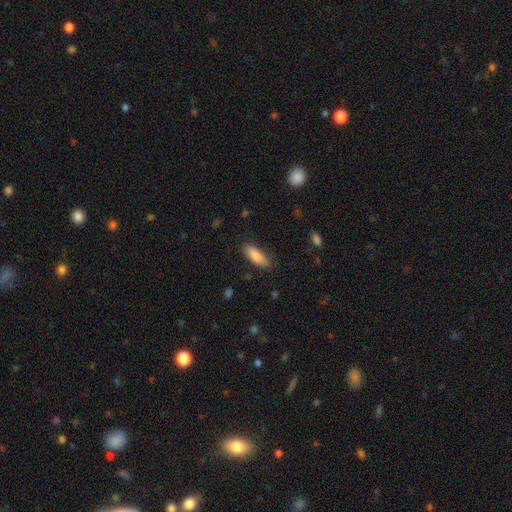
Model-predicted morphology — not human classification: smooth 86%, featured or disk 8%, star or artifact 6%. Down the decision tree: how rounded — in between (67%); merging — none (82%).